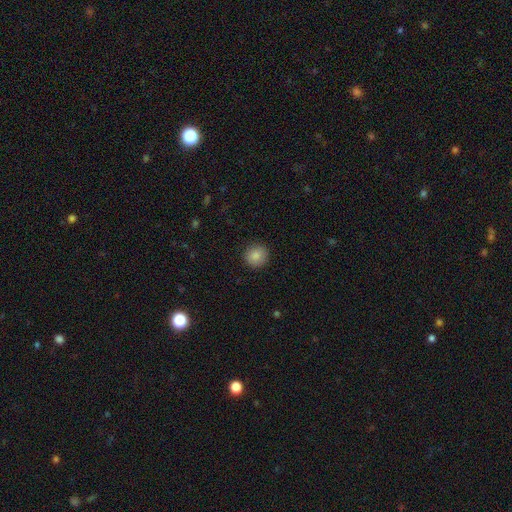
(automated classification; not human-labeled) Smooth or featured? Predicted: smooth (p=0.86). How rounded? Predicted: round (p=0.93). Merging? Predicted: none (p=0.91).